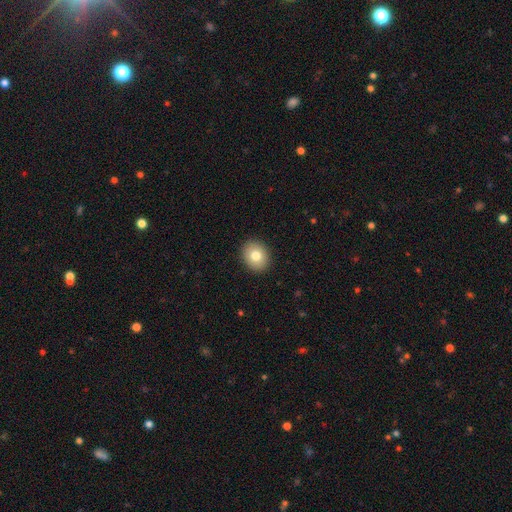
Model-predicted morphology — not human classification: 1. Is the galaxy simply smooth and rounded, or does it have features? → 79% smooth, 12% featured or disk, 9% star or artifact.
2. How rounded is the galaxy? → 62% round, 37% in between, 1% cigar-shaped.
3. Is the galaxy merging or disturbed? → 91% none, 6% minor disturbance, 2% major disturbance, 1% merger.